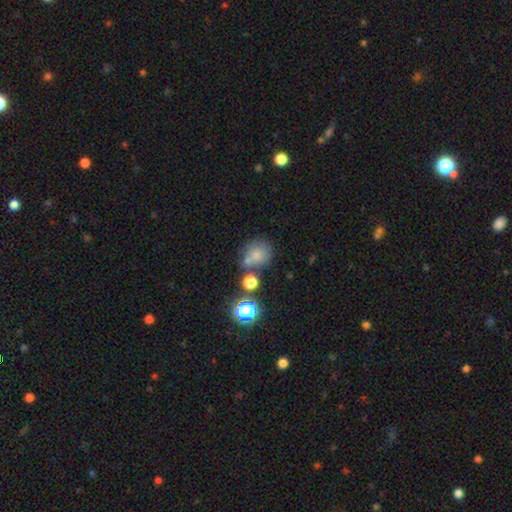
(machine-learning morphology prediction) type=smooth (72%); roundness=round (84%); merging=none (56%).